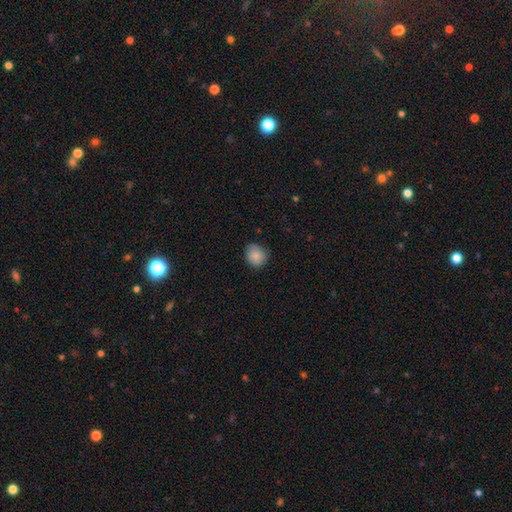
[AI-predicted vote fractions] The model was most divided on "merging": none: 75%, minor disturbance: 21%, major disturbance: 3%, merger: 1%. More confident: smooth or featured — smooth (86%); how rounded — round (77%).